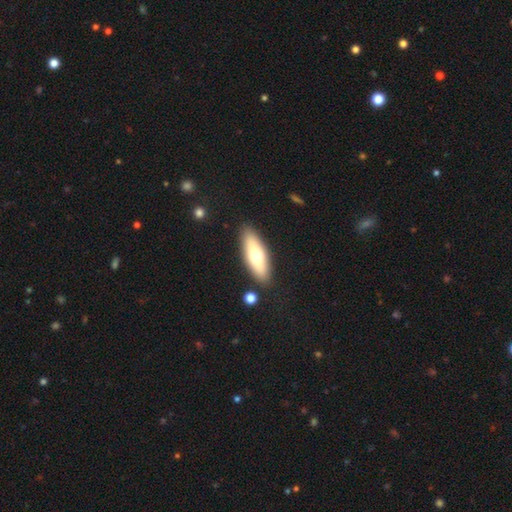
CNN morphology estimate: Smooth or featured? smooth (61%)
How rounded? in between (59%)
Merging? none (87%)